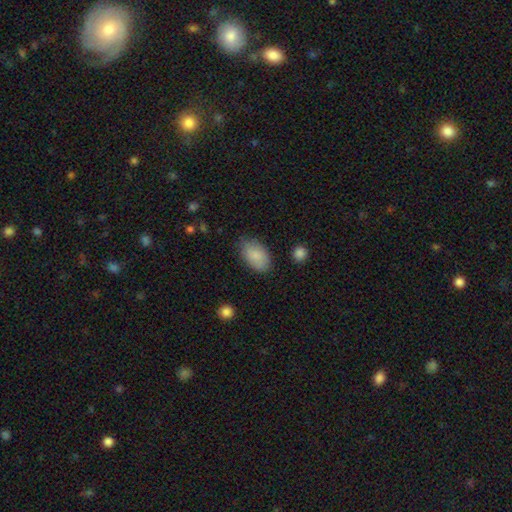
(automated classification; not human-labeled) Smooth or featured?
  - smooth: 86% *
  - featured or disk: 7%
  - star or artifact: 6%
How rounded?
  - in between: 93% *
  - round: 6%
  - cigar-shaped: 1%
Merging?
  - none: 78% *
  - minor disturbance: 17%
  - major disturbance: 4%
  - merger: 2%